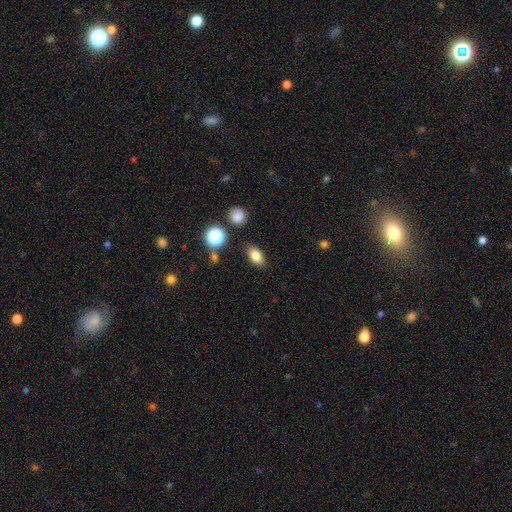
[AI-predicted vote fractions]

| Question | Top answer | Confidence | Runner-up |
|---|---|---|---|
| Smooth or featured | smooth | 80% | star or artifact (11%) |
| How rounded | in between | 84% | round (13%) |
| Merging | none | 83% | minor disturbance (11%) |